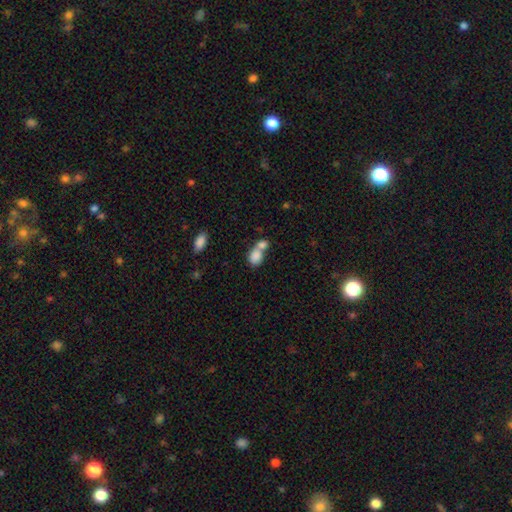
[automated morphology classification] type=smooth (83%); roundness=in between (64%); merging=merger (64%).